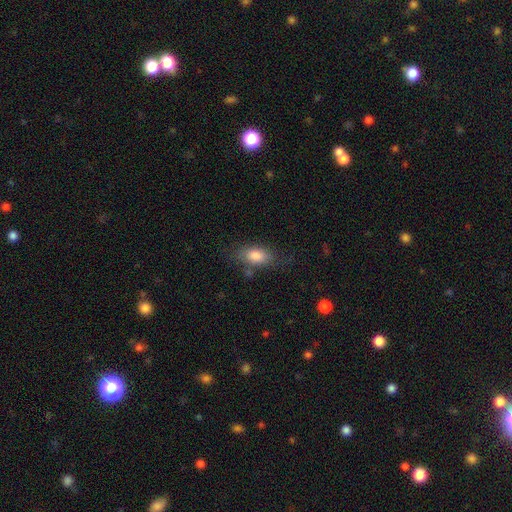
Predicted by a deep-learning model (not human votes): Smooth or featured?
  - smooth: 81% *
  - featured or disk: 12%
  - star or artifact: 8%
How rounded?
  - in between: 86% *
  - cigar-shaped: 8%
  - round: 6%
Merging?
  - none: 67% *
  - minor disturbance: 21%
  - major disturbance: 8%
  - merger: 4%